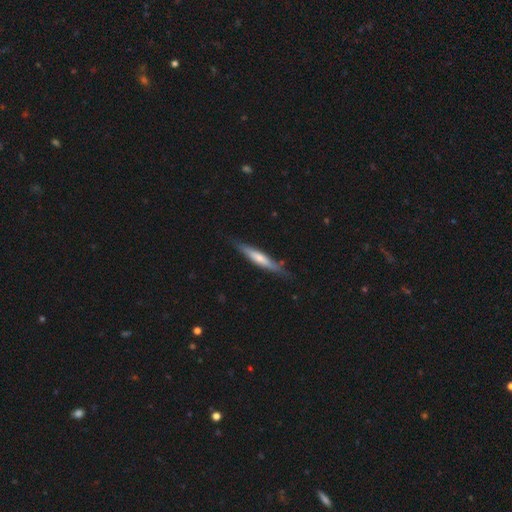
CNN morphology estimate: smooth_or_featured: featured or disk (p=0.49) [alt: smooth p=0.45]
merging: none (p=0.80) [alt: minor disturbance p=0.16]